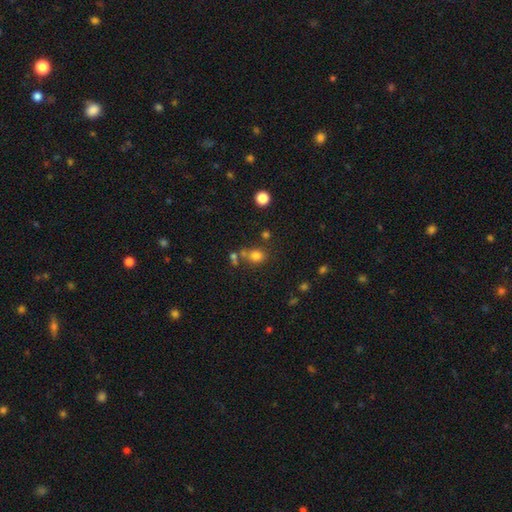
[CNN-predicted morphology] Q: Smooth or featured?
A: smooth (77%); runner-up: star or artifact (16%)
Q: How rounded?
A: round (66%); runner-up: in between (33%)
Q: Merging?
A: none (61%); runner-up: merger (20%)